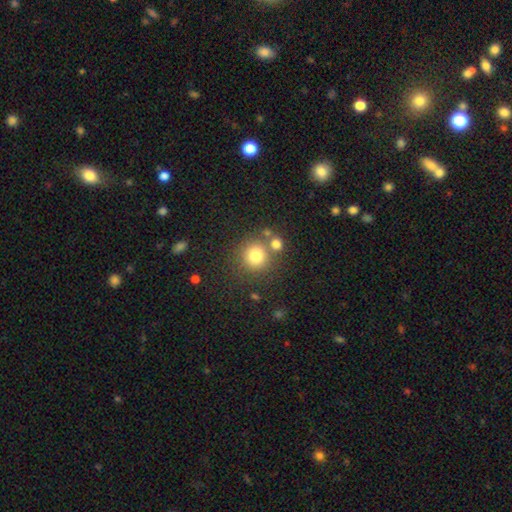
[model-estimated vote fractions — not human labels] Smooth or featured: smooth — 78% (star or artifact — 13%)
How rounded: round — 91% (in between — 8%)
Merging: none — 70% (merger — 16%)